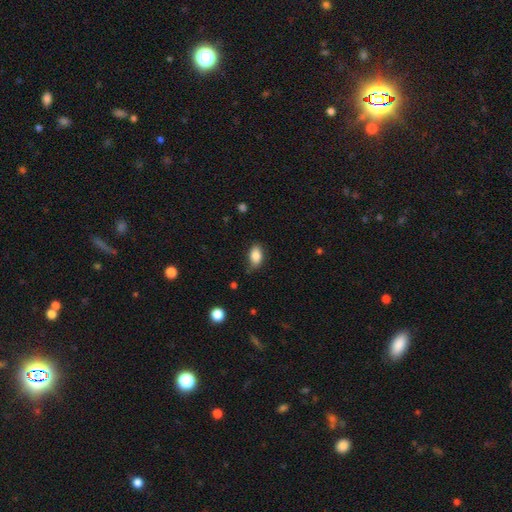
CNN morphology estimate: Smooth or featured? smooth (86%)
How rounded? in between (90%)
Merging? none (74%)